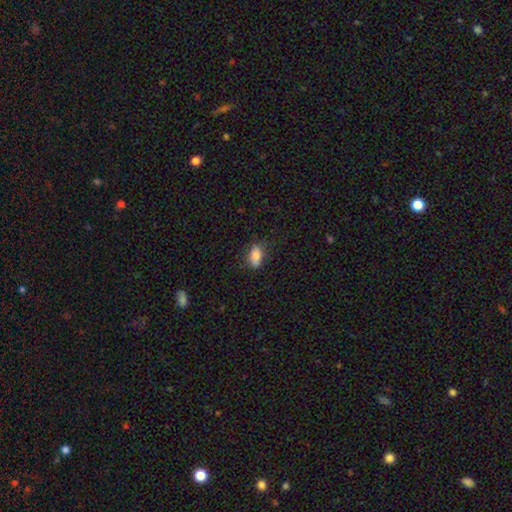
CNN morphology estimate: The model was most divided on "merging": none: 74%, minor disturbance: 20%, major disturbance: 4%, merger: 1%. More confident: how rounded — in between (87%); smooth or featured — smooth (82%).